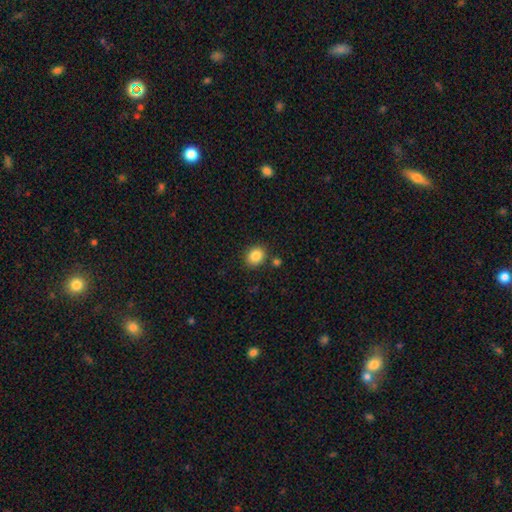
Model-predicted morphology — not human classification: This is clearly a smooth galaxy (86%). How rounded: possibly round (57%). Merging: clearly none (83%).